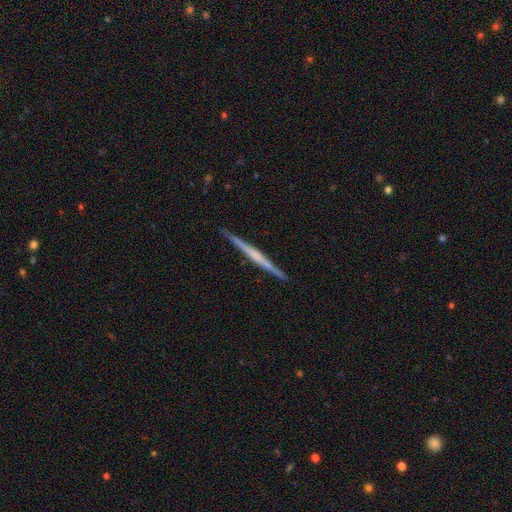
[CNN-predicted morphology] A featured or disk galaxy (67%) viewed edge-on (98%) with no central bulge (61%). Merging: none (91%).